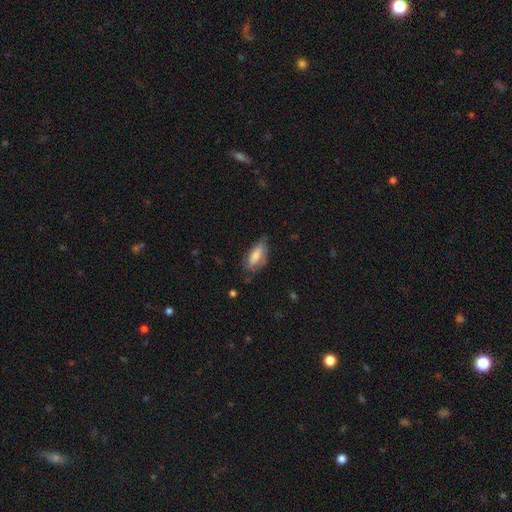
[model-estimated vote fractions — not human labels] A smooth galaxy with no disk features (67%) that is in between round and cigar-shaped (79%). Merging: none (57%).